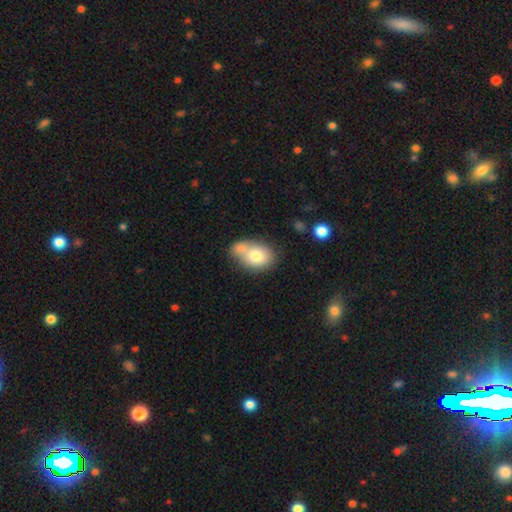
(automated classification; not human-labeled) This is likely a smooth galaxy (73%). How rounded: likely in between (72%). Merging: marginally merger (44%).